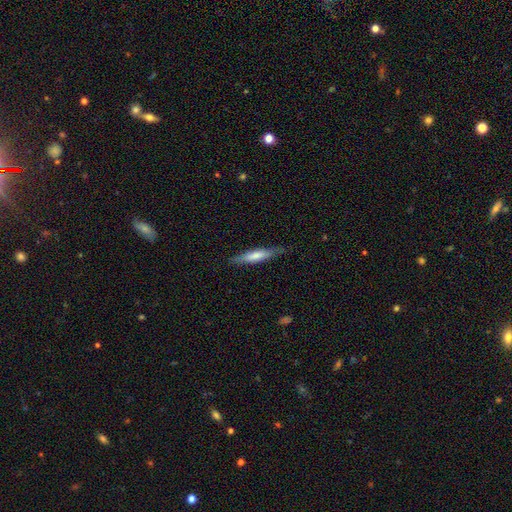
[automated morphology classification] Overall: smooth (61%; featured or disk 34%). How rounded: cigar-shaped (83%). Merging: none (81%).